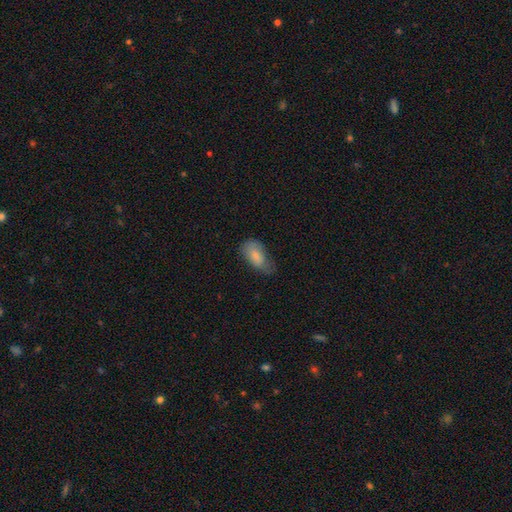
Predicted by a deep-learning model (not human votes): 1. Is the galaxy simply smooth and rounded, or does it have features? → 80% smooth, 13% featured or disk, 7% star or artifact.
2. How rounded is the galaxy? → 92% in between, 4% cigar-shaped, 4% round.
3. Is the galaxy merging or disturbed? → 43% none, 38% minor disturbance, 18% major disturbance, 2% merger.